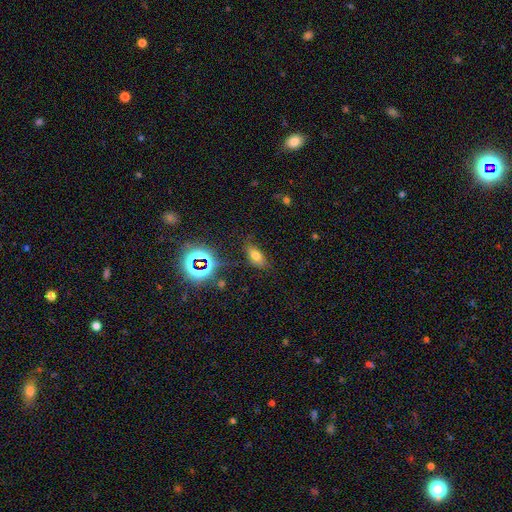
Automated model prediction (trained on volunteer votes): A smooth galaxy with no disk features (65%) that is in between round and cigar-shaped (86%).

Vote fractions:
- Smooth or featured? smooth: 65% / star or artifact: 23% / featured or disk: 13%
- How rounded? in between: 86% / cigar-shaped: 7% / round: 7%
- Merging? none: 74% / minor disturbance: 17% / major disturbance: 6% / merger: 3%